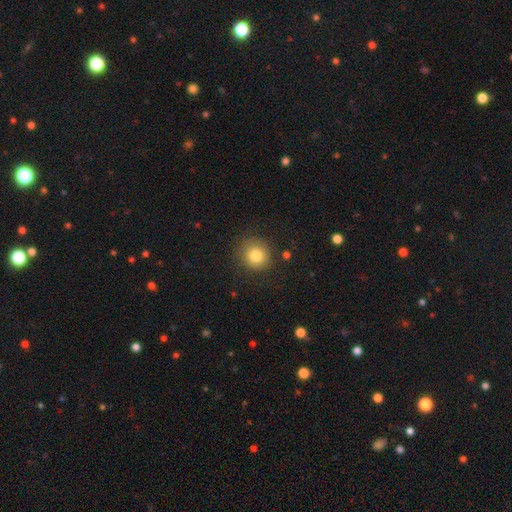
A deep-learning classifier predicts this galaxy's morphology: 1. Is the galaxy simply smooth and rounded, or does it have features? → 81% smooth, 11% star or artifact, 8% featured or disk.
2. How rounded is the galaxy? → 90% round, 9% in between, 1% cigar-shaped.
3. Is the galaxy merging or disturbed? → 85% none, 10% minor disturbance, 3% major disturbance, 2% merger.